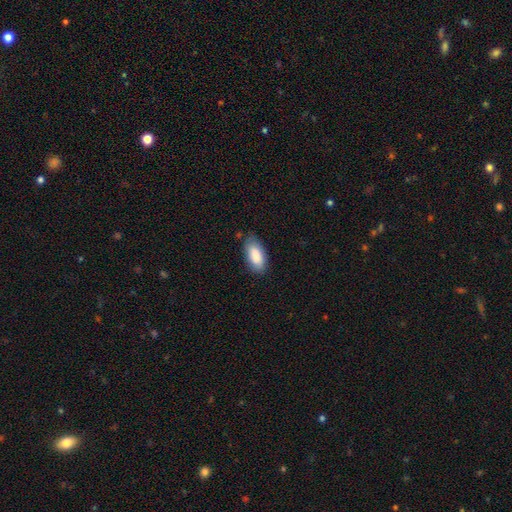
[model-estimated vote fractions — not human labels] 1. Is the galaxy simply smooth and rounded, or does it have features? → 87% smooth, 7% featured or disk, 6% star or artifact.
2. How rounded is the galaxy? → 91% in between, 7% cigar-shaped, 2% round.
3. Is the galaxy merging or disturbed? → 78% none, 17% minor disturbance, 3% major disturbance, 1% merger.